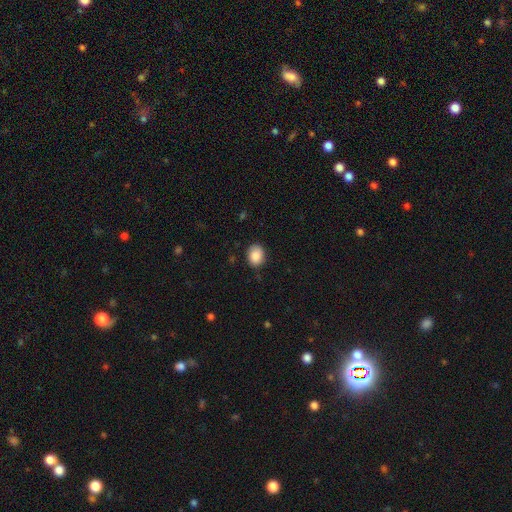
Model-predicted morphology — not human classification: smooth 87%, star or artifact 7%, featured or disk 5%. Down the decision tree: how rounded — in between (58%); merging — none (83%).